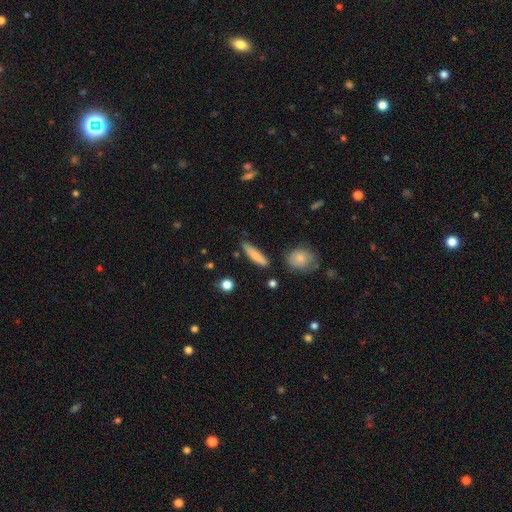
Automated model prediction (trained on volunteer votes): Smooth or featured? Predicted: smooth (p=0.74). How rounded? Predicted: cigar-shaped (p=0.80). Merging? Predicted: none (p=0.83).